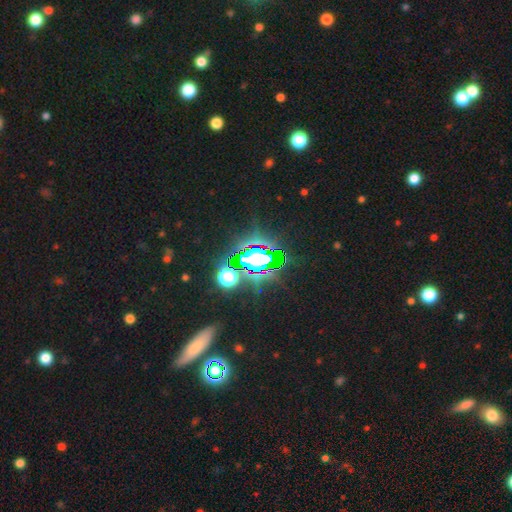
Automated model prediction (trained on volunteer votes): The model was most divided on "smooth or featured": star or artifact: 74%, smooth: 15%, featured or disk: 11%.